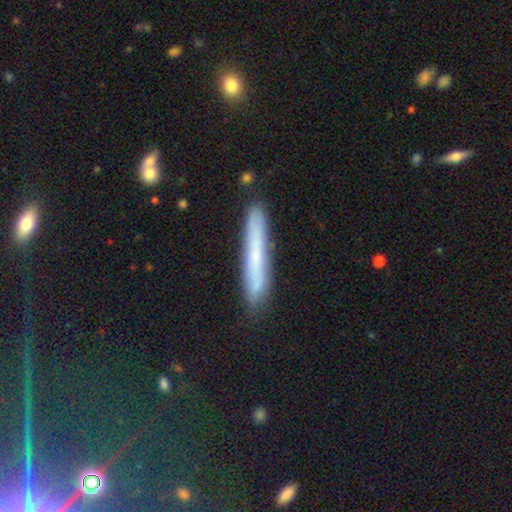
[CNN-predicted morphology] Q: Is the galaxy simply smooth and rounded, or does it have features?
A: smooth — 56%.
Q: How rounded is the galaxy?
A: cigar-shaped — 95%.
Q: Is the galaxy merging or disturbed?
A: none — 86%.